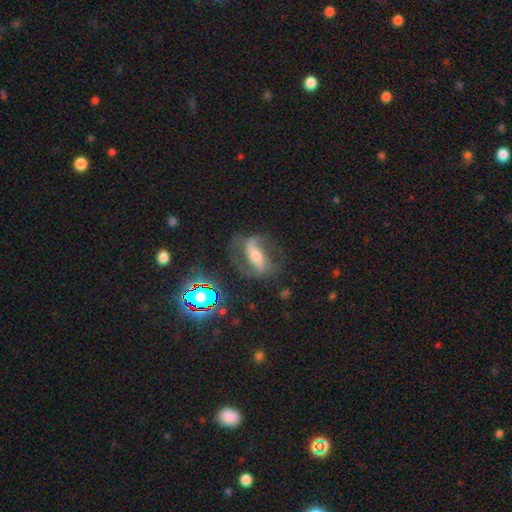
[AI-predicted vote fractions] smooth_or_featured: featured or disk (p=0.78) [alt: smooth p=0.11]
disk_edge_on: no (p=0.92) [alt: yes p=0.08]
bar: strong (p=0.56) [alt: weak p=0.27]
has_spiral_arms: yes (p=0.92) [alt: no p=0.08]
spiral_winding: medium (p=0.48) [alt: loose p=0.34]
spiral_arm_count: 2 (p=0.87) [alt: can't tell p=0.05]
bulge_size: moderate (p=0.52) [alt: small p=0.33]
merging: none (p=0.67) [alt: minor disturbance p=0.16]